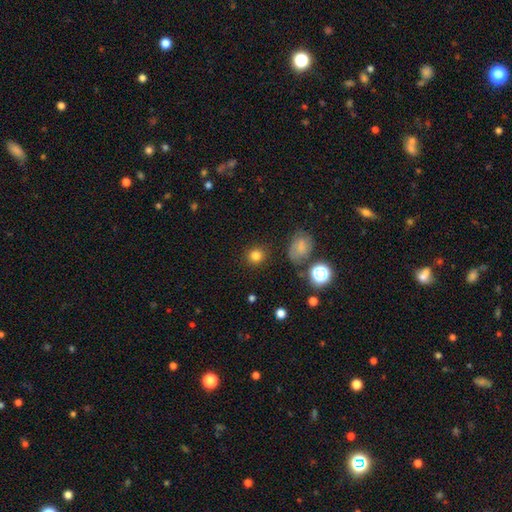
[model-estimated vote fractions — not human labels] Smooth or featured: smooth — 80% (star or artifact — 14%)
How rounded: round — 87% (in between — 12%)
Merging: none — 86% (minor disturbance — 8%)